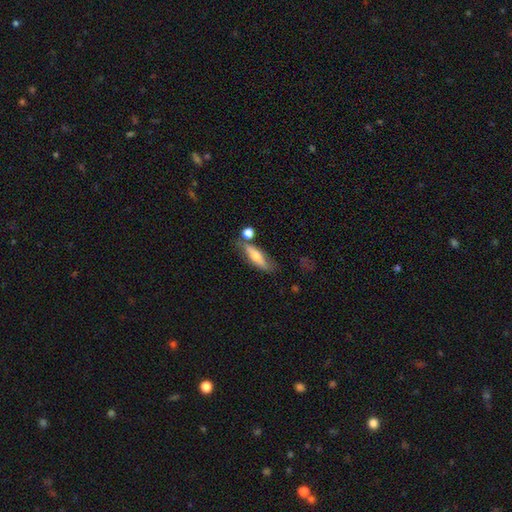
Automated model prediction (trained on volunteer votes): This appears to be a smooth galaxy with no disk features (50%). Merging: none (64%).